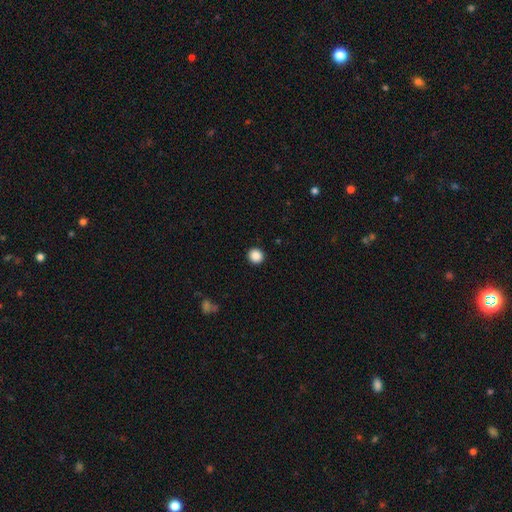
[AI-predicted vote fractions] Smooth or featured: smooth — 88% (star or artifact — 9%)
How rounded: round — 93% (in between — 6%)
Merging: none — 93% (minor disturbance — 4%)